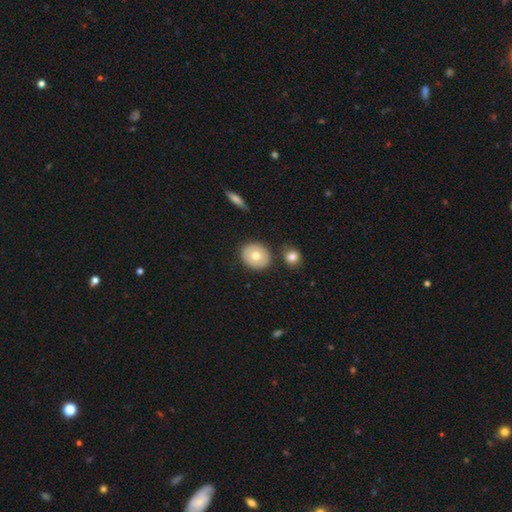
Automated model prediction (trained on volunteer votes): Smooth or featured: smooth — 72% (featured or disk — 20%)
How rounded: round — 71% (in between — 28%)
Merging: none — 83% (minor disturbance — 9%)